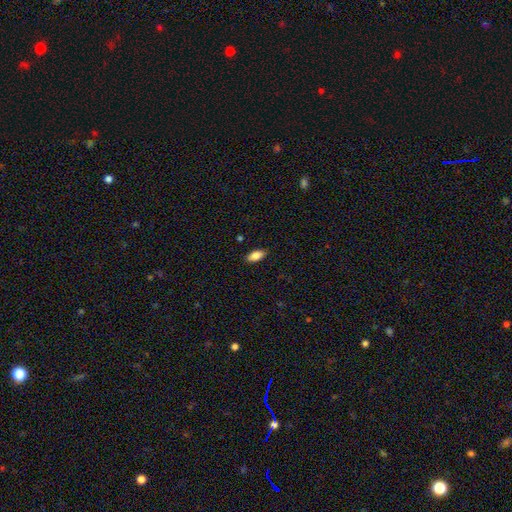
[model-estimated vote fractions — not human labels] Q: Smooth or featured?
A: smooth (85%); runner-up: featured or disk (8%)
Q: How rounded?
A: in between (90%); runner-up: cigar-shaped (8%)
Q: Merging?
A: none (88%); runner-up: minor disturbance (9%)